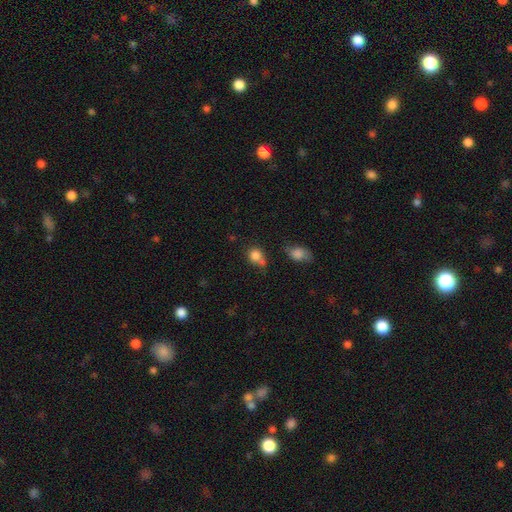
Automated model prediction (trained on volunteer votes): smooth-or-featured: smooth: 82% | star or artifact: 11% | featured or disk: 8%
  how-rounded: round: 69% | in between: 30% | cigar-shaped: 1%
  merging: none: 48% | merger: 24% | minor disturbance: 20% | major disturbance: 8%